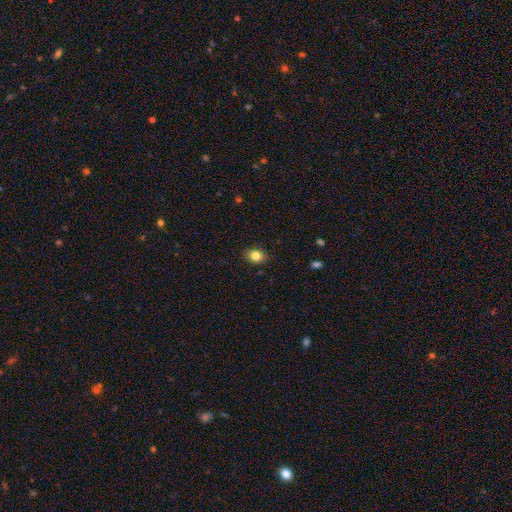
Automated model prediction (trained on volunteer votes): Q: Smooth or featured?
A: smooth (83%); runner-up: star or artifact (10%)
Q: How rounded?
A: in between (55%); runner-up: round (44%)
Q: Merging?
A: none (87%); runner-up: minor disturbance (10%)